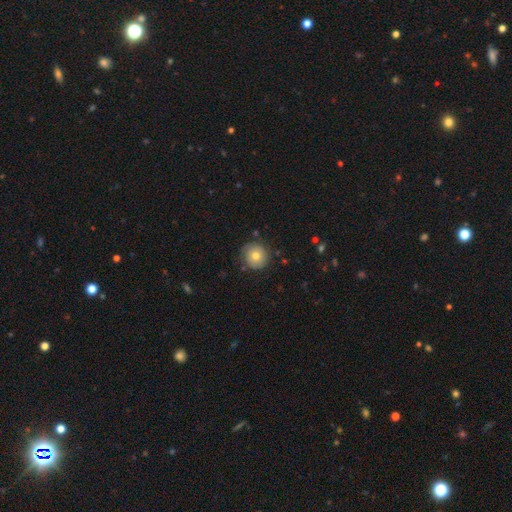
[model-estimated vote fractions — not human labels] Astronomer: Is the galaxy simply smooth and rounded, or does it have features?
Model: smooth — 68%.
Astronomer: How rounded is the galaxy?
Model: round — 93%.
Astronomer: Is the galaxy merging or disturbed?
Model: none — 81%.